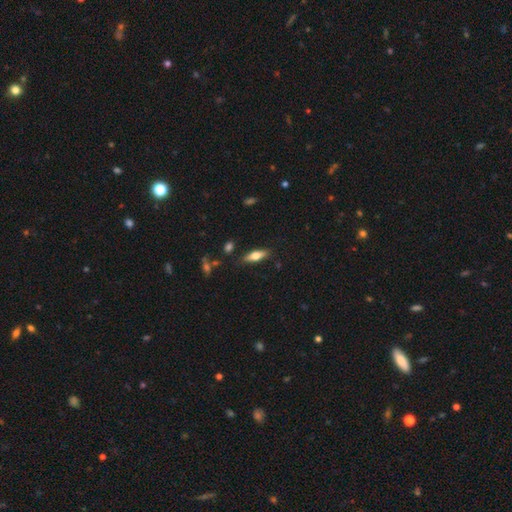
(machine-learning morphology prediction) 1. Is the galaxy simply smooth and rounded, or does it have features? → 58% smooth, 35% featured or disk, 7% star or artifact.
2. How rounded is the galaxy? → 55% in between, 42% cigar-shaped, 3% round.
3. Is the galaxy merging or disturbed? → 83% none, 12% minor disturbance, 3% major disturbance, 2% merger.